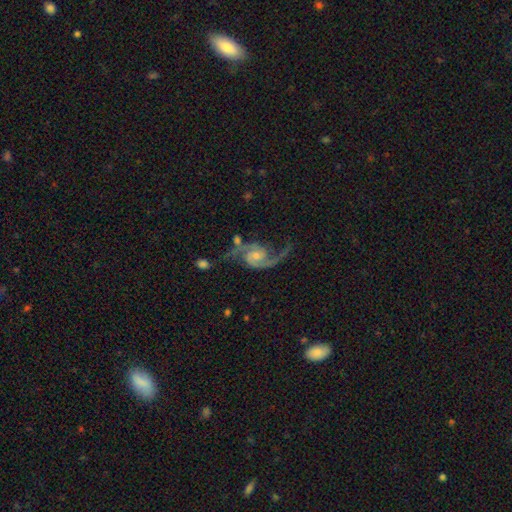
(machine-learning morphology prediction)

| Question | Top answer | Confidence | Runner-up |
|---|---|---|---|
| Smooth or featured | featured or disk | 91% | star or artifact (5%) |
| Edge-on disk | no | 98% | yes (2%) |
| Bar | no | 58% | weak (34%) |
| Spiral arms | yes | 98% | no (2%) |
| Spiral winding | medium | 45% | loose (44%) |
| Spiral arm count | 2 | 93% | 1 (2%) |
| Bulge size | small | 54% | moderate (38%) |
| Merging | none | 61% | minor disturbance (17%) |